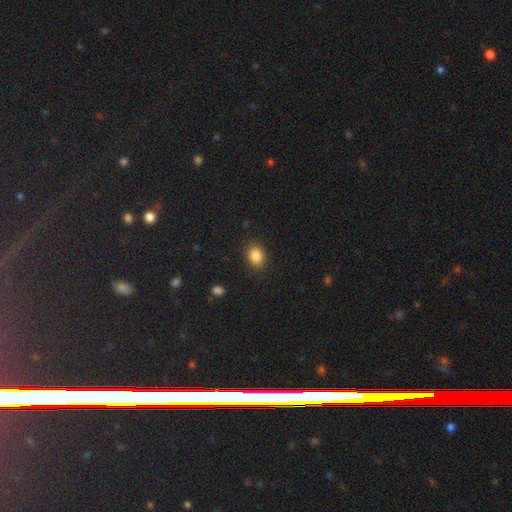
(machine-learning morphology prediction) This is clearly a smooth galaxy (87%). How rounded: possibly in between (56%). Merging: clearly none (87%).